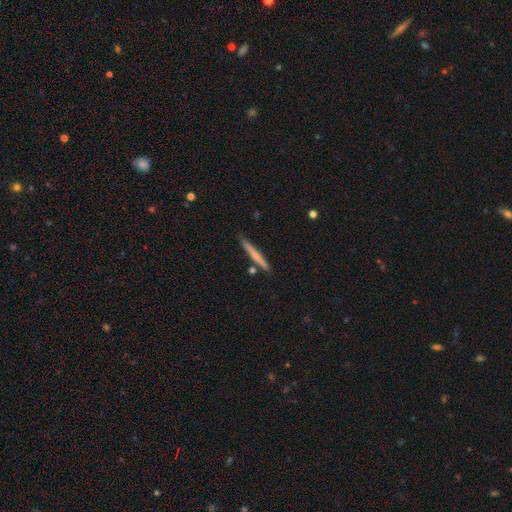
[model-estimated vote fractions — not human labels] This is likely a smooth galaxy (61%). How rounded: clearly cigar-shaped (96%). Merging: clearly none (84%).